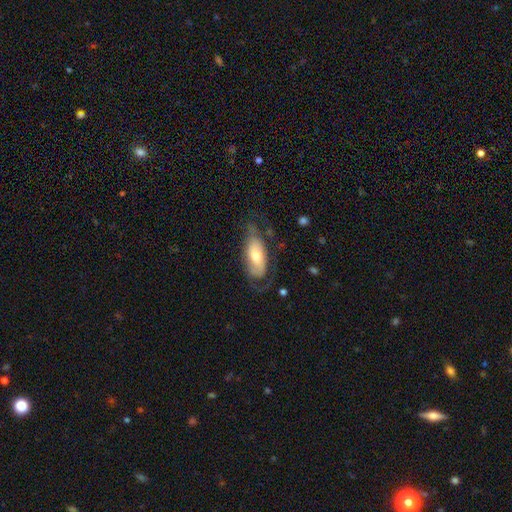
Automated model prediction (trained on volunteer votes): This appears to be a smooth galaxy with no disk features (47%, tied with featured or disk). Merging: none (51%).